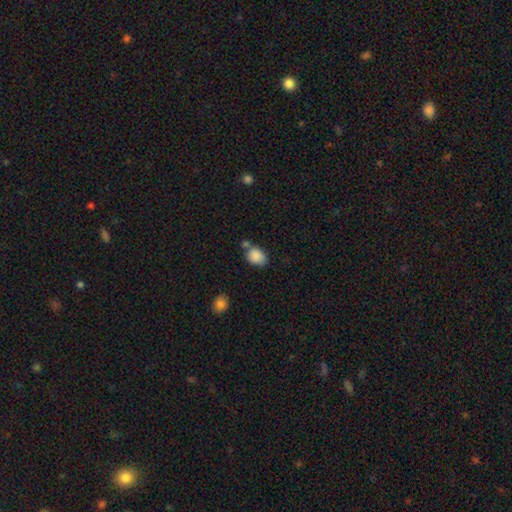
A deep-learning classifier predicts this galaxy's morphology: The model was most divided on "merging": none: 54%, merger: 21%, minor disturbance: 20%, major disturbance: 6%. More confident: smooth or featured — smooth (87%); how rounded — in between (70%).